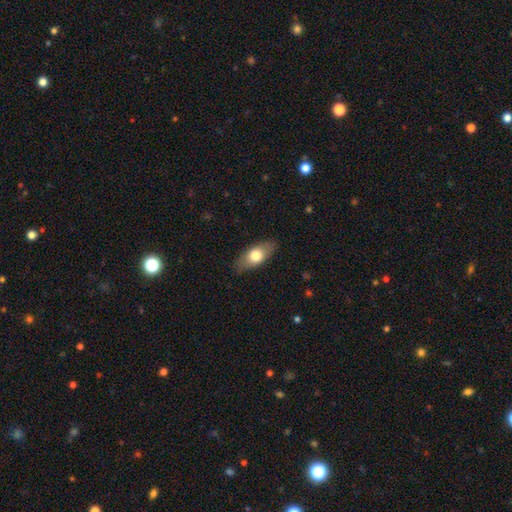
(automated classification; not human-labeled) A smooth galaxy with no disk features (68%) that is in between round and cigar-shaped (83%).

Vote fractions:
- Smooth or featured? smooth: 68% / featured or disk: 26% / star or artifact: 6%
- How rounded? in between: 83% / cigar-shaped: 12% / round: 5%
- Merging? none: 84% / minor disturbance: 12% / major disturbance: 3% / merger: 1%